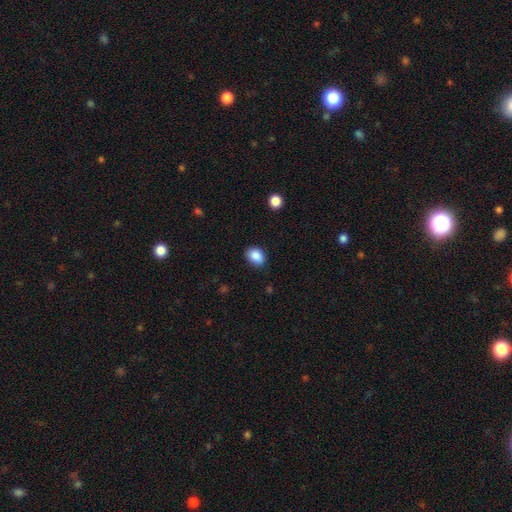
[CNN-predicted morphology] Smooth or featured?
  - smooth: 87% *
  - star or artifact: 8%
  - featured or disk: 5%
How rounded?
  - in between: 65% *
  - round: 34%
  - cigar-shaped: 1%
Merging?
  - none: 85% *
  - minor disturbance: 11%
  - major disturbance: 2%
  - merger: 1%